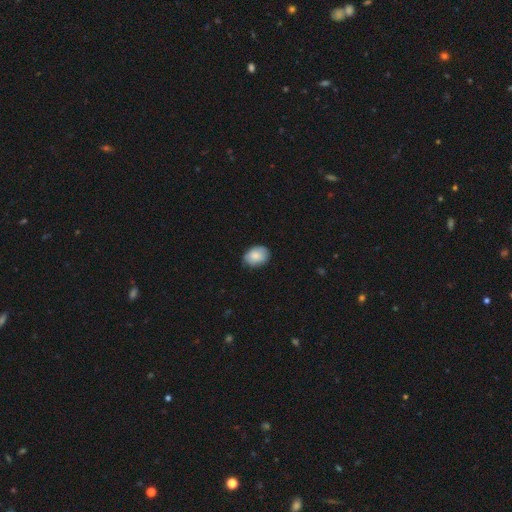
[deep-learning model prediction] A smooth galaxy with no disk features (84%) that is in between round and cigar-shaped (70%). Merging: none (79%).